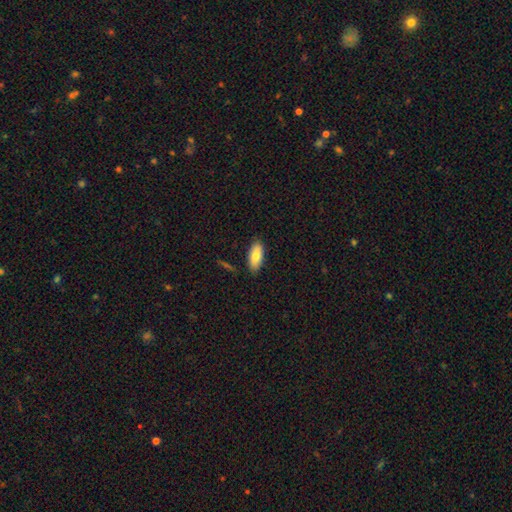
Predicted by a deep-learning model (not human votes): Overall: smooth (80%). How rounded: in between (86%). Merging: none (86%).